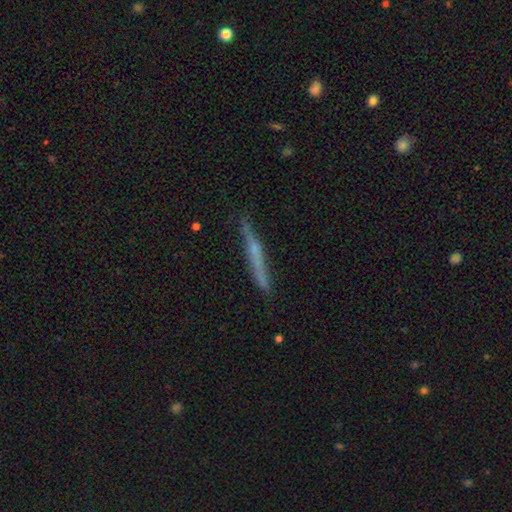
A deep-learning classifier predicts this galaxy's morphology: The model was most divided on "edge-on bulge": none: 49%, rounded: 45%, boxy: 6%. More confident: edge-on disk — yes (96%); merging — none (86%); smooth or featured — featured or disk (59%).